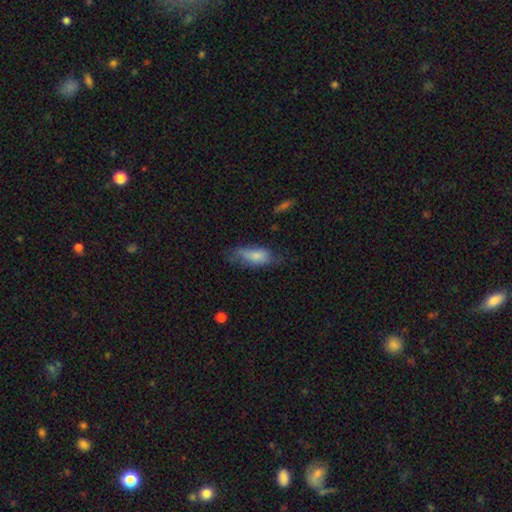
This appears to be a smooth galaxy with no disk features (74%) that is in between round and cigar-shaped (97%). Merging: none (50%).